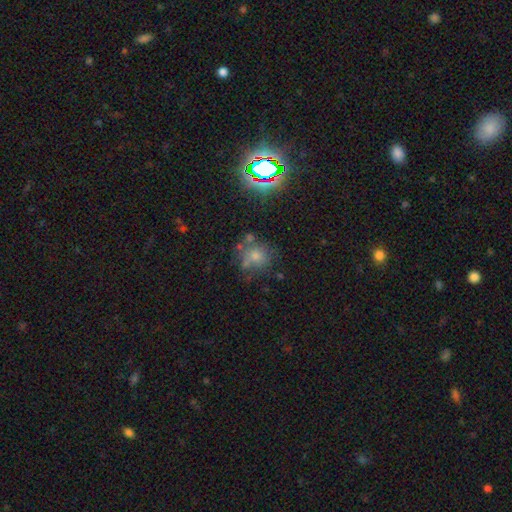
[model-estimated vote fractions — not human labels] A smooth galaxy with no disk features (52%) that is round (82%). Merging: none (59%).